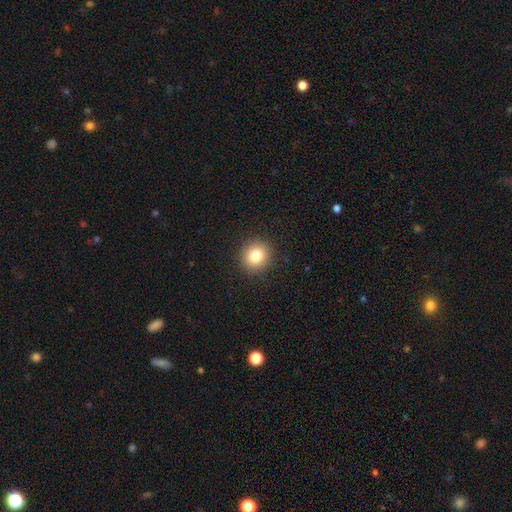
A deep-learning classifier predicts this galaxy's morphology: The model was most divided on "smooth or featured": smooth: 82%, star or artifact: 11%, featured or disk: 7%. More confident: merging — none (91%); how rounded — round (88%).